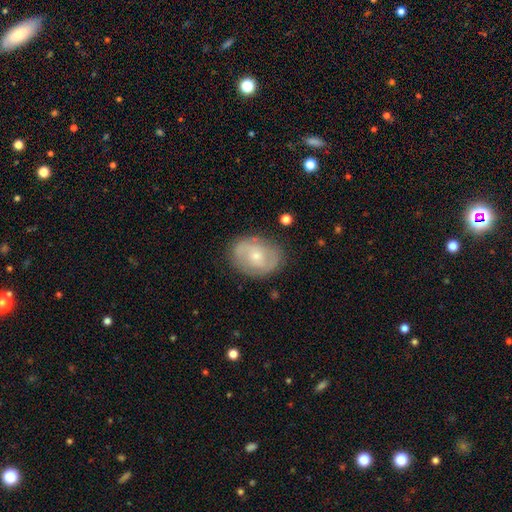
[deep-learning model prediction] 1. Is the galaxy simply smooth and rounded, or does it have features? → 58% featured or disk, 36% smooth, 6% star or artifact.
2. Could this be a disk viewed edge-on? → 96% no, 4% yes.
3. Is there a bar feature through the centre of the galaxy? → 61% no, 32% weak, 7% strong.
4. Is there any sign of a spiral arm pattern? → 67% yes, 33% no.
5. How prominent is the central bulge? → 54% small, 41% moderate, 2% none, 2% large, 1% dominant.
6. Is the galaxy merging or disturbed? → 78% none, 15% minor disturbance, 5% major disturbance, 1% merger.